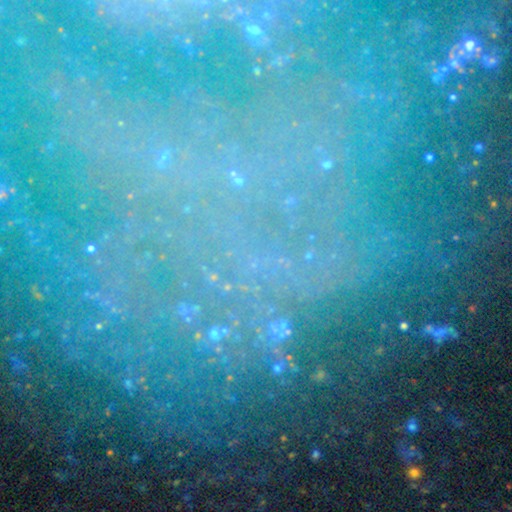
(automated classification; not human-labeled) Smooth or featured? Predicted: star or artifact (p=0.71).